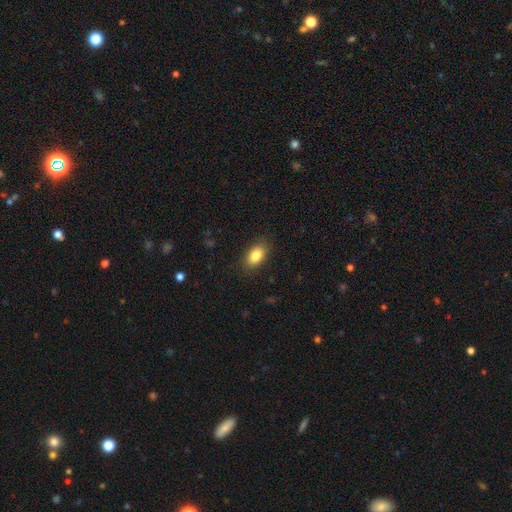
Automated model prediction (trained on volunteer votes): Smooth or featured? smooth (85%)
How rounded? in between (91%)
Merging? none (86%)